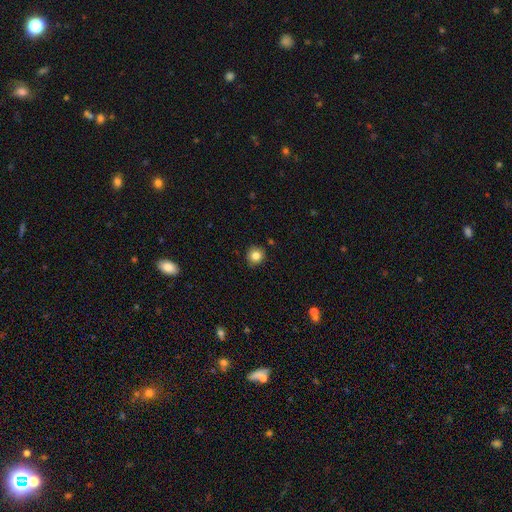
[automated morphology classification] smooth_or_featured: smooth (p=0.83) [alt: star or artifact p=0.11]
how_rounded: round (p=0.91) [alt: in between p=0.08]
merging: none (p=0.88) [alt: minor disturbance p=0.08]